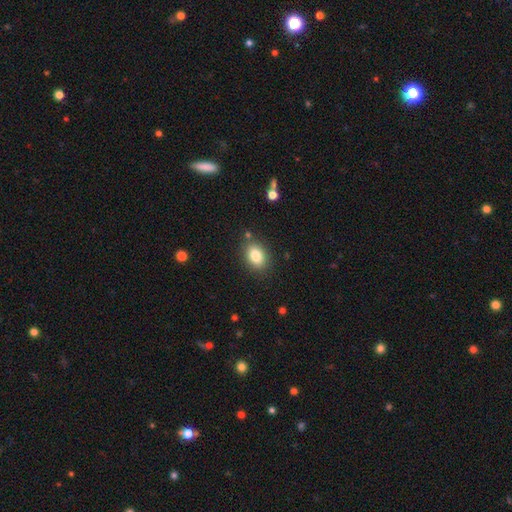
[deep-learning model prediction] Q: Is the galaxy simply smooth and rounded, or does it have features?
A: smooth — 83%.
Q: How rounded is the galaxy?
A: in between — 77%.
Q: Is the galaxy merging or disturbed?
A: none — 83%.